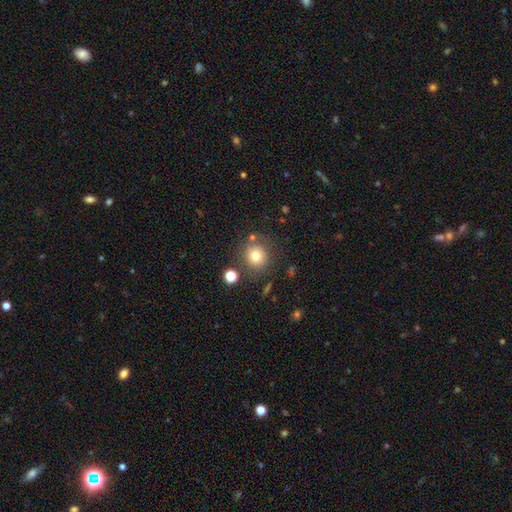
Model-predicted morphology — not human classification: Smooth or featured: smooth — 76% (star or artifact — 13%)
How rounded: round — 90% (in between — 9%)
Merging: none — 79% (minor disturbance — 11%)